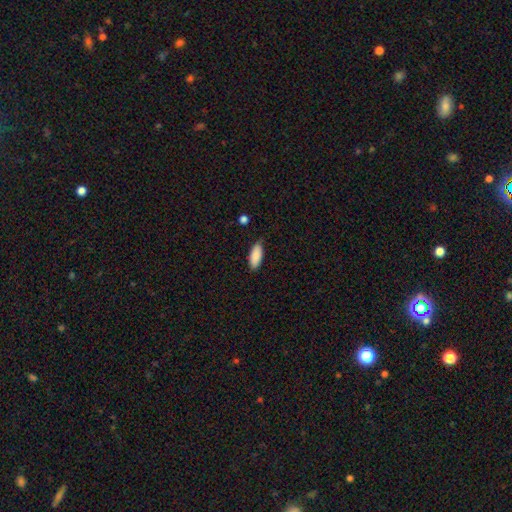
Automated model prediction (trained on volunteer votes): Morphology: type=smooth (89%); roundness=in between (84%); merging=none (80%).